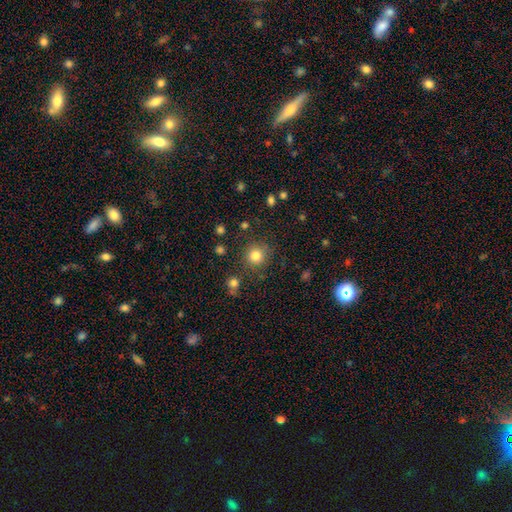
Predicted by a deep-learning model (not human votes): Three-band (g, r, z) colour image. It shows a smooth galaxy with no disk features (82%) that is round (93%). Merging: none (83%).